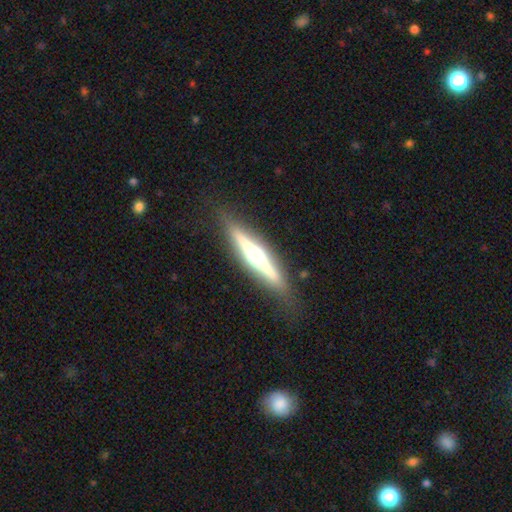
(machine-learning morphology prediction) The model was most divided on "smooth or featured": featured or disk: 75%, smooth: 19%, star or artifact: 6%. More confident: edge-on disk — yes (97%); edge-on bulge — rounded (92%); merging — none (86%).